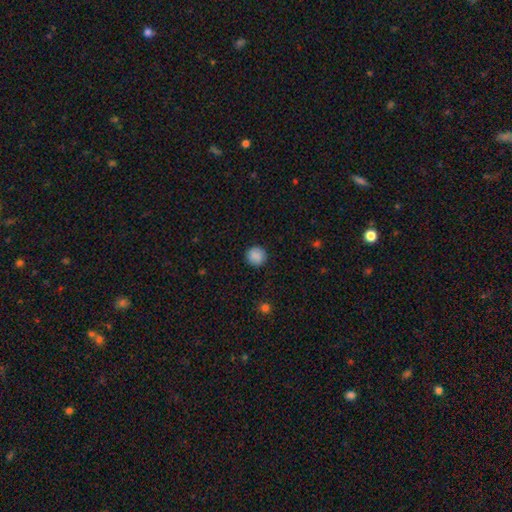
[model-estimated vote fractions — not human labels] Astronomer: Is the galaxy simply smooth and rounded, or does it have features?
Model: smooth — 88%.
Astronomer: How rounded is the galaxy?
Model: round — 93%.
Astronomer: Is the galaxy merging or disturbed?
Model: none — 90%.